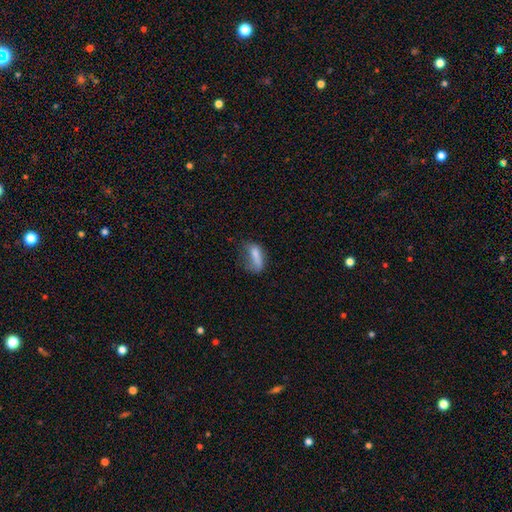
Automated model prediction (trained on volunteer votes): Smooth or featured?
  - smooth: 71% *
  - featured or disk: 19%
  - star or artifact: 9%
How rounded?
  - in between: 74% *
  - cigar-shaped: 21%
  - round: 5%
Merging?
  - major disturbance: 38% *
  - none: 29%
  - minor disturbance: 27%
  - merger: 6%